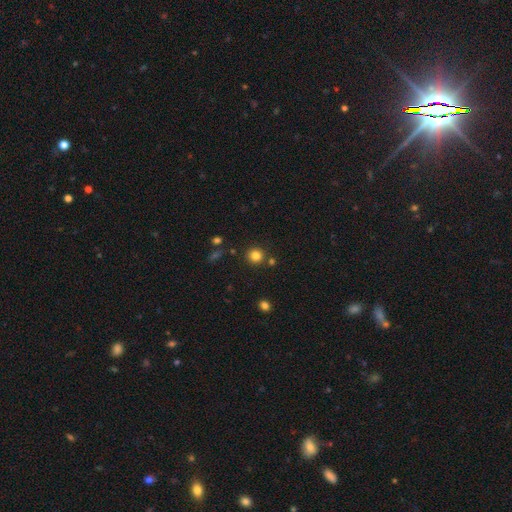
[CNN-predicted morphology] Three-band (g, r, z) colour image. It shows a smooth galaxy with no disk features (82%) that is round (92%). Merging: none (84%).